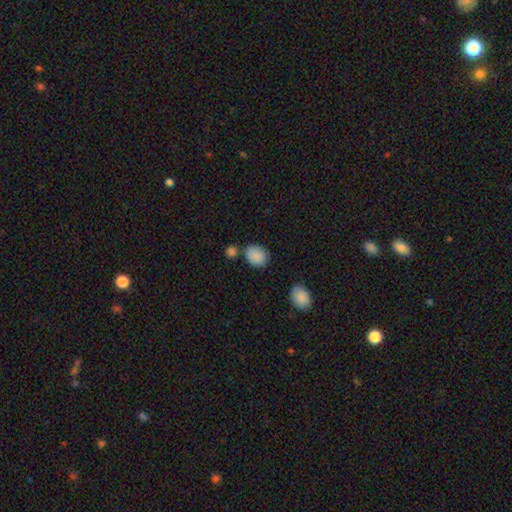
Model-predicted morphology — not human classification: This appears to be a smooth galaxy with no disk features (88%) that is in between round and cigar-shaped (51%). Merging: none (70%).